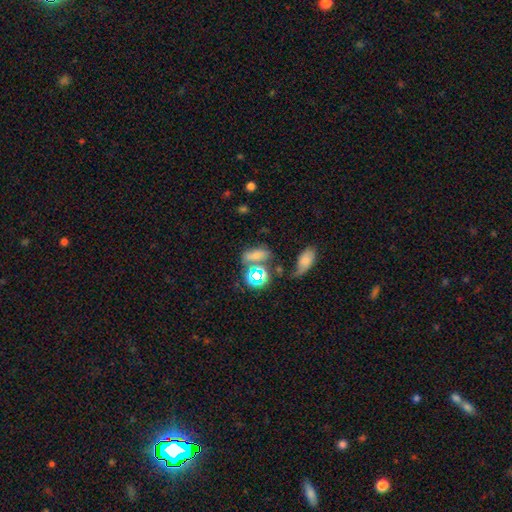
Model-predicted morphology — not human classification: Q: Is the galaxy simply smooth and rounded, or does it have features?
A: smooth — 59%.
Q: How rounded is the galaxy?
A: in between — 76%.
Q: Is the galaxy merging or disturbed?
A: none — 52%.